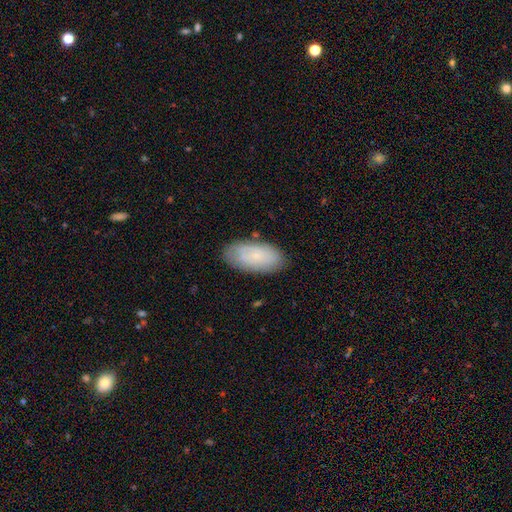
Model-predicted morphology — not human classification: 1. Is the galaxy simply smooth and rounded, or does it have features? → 61% smooth, 32% featured or disk, 7% star or artifact.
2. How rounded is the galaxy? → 93% in between, 3% cigar-shaped, 3% round.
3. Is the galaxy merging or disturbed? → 81% none, 15% minor disturbance, 3% major disturbance, 2% merger.